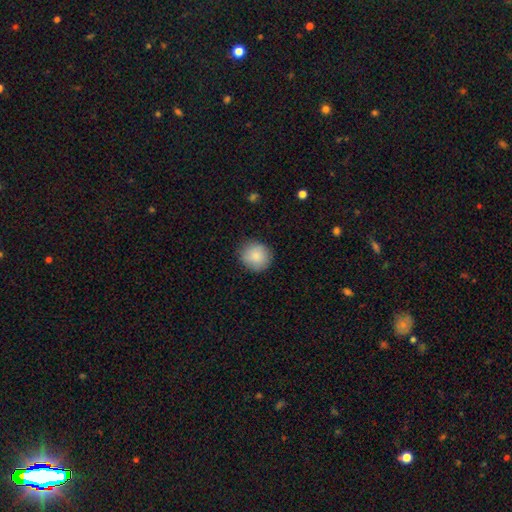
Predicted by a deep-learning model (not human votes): This is clearly a smooth galaxy (88%). How rounded: clearly round (91%). Merging: clearly none (86%).